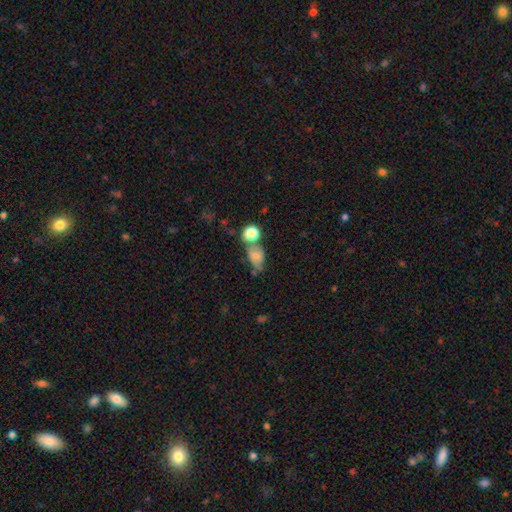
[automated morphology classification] smooth-or-featured: smooth: 62% | featured or disk: 24% | star or artifact: 13%
  how-rounded: in between: 73% | round: 24% | cigar-shaped: 3%
  merging: none: 37% | merger: 29% | minor disturbance: 22% | major disturbance: 13%